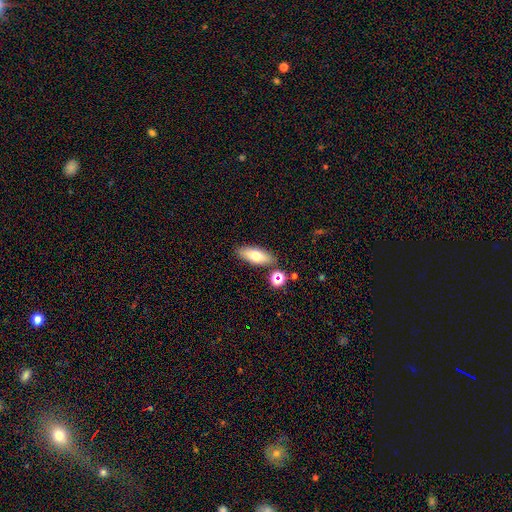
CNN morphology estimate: smooth-or-featured: smooth: 70% | featured or disk: 21% | star or artifact: 9%
  how-rounded: in between: 73% | cigar-shaped: 23% | round: 4%
  merging: none: 82% | minor disturbance: 10% | merger: 5% | major disturbance: 3%